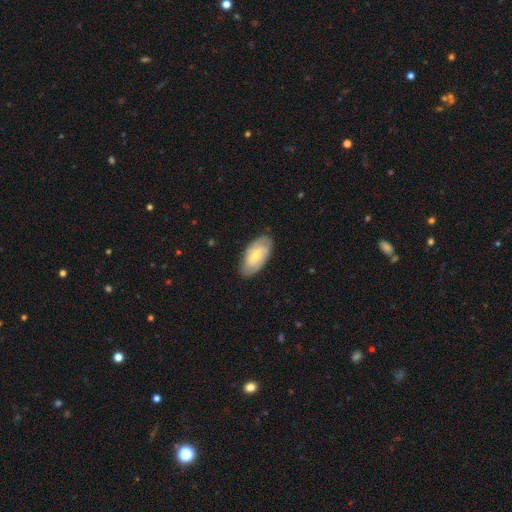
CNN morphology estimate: smooth-or-featured: featured or disk: 51% | smooth: 43% | star or artifact: 6%
  disk-edge-on: no: 91% | yes: 9%
  merging: none: 83% | minor disturbance: 13% | major disturbance: 3% | merger: 1%